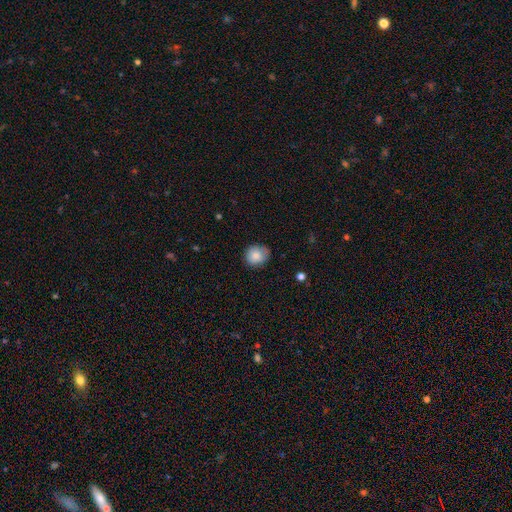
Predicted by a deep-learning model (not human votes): Overall: smooth (84%). How rounded: round (73%). Merging: none (72%).